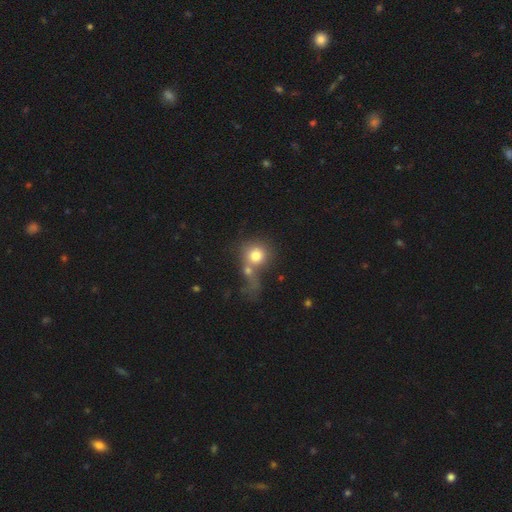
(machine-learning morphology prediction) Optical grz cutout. It shows a smooth galaxy with no disk features (76%) that is round (87%). Merging: merger (51%).